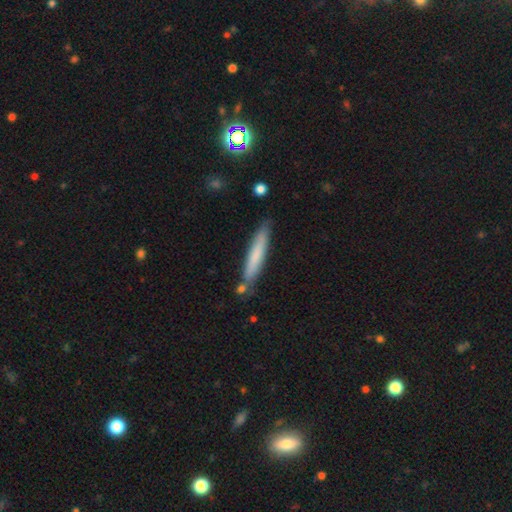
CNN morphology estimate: Smooth or featured? Predicted: smooth (p=0.69). How rounded? Predicted: cigar-shaped (p=0.94). Merging? Predicted: none (p=0.80).